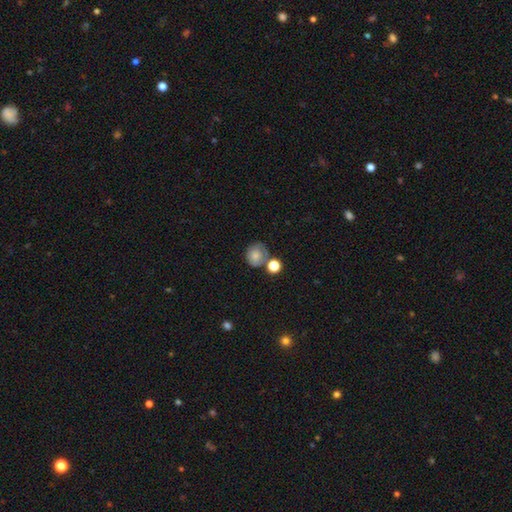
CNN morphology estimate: Smooth or featured? Predicted: smooth (p=0.77). How rounded? Predicted: round (p=0.74). Merging? Predicted: none (p=0.52).